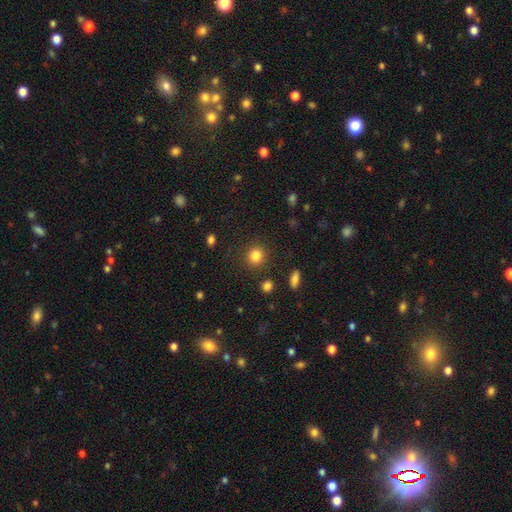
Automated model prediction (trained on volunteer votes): A smooth galaxy with no disk features (84%) that is round (86%).

Vote fractions:
- Smooth or featured? smooth: 84% / star or artifact: 11% / featured or disk: 5%
- How rounded? round: 86% / in between: 13% / cigar-shaped: 1%
- Merging? none: 87% / minor disturbance: 7% / major disturbance: 3% / merger: 2%